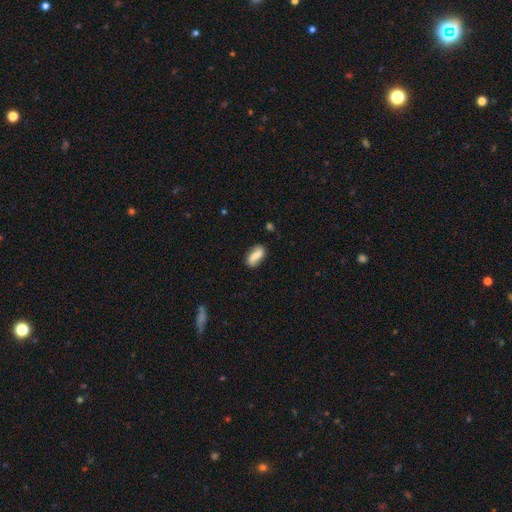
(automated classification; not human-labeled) Smooth or featured: smooth — 61% (featured or disk — 31%)
How rounded: in between — 84% (cigar-shaped — 12%)
Merging: none — 76% (minor disturbance — 17%)